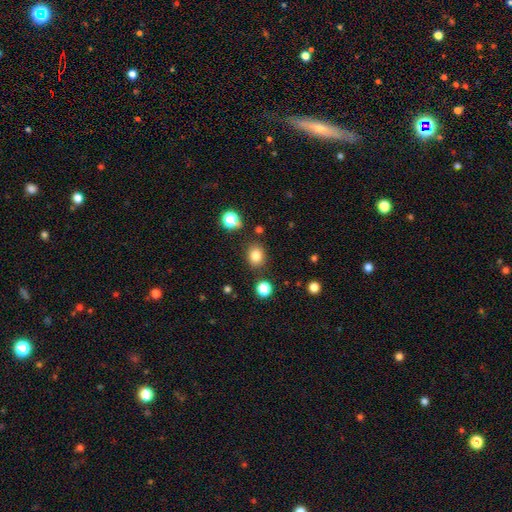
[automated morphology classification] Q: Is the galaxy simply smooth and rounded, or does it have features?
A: smooth — 81%.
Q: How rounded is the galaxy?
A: round — 63%.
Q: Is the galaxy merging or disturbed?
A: none — 82%.